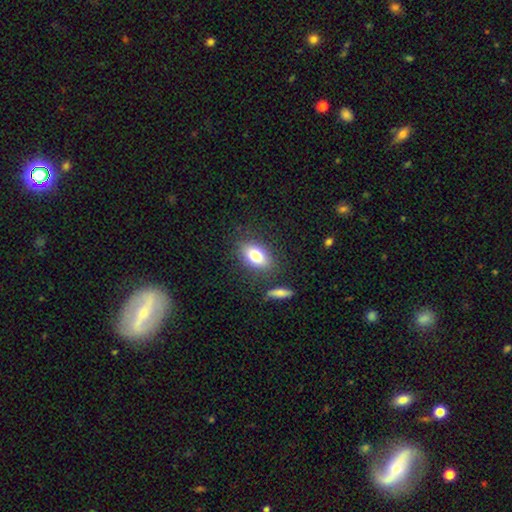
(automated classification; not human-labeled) A smooth galaxy with no disk features (79%) that is in between round and cigar-shaped (86%).

Vote fractions:
- Smooth or featured? smooth: 79% / featured or disk: 12% / star or artifact: 8%
- How rounded? in between: 86% / round: 10% / cigar-shaped: 4%
- Merging? none: 80% / minor disturbance: 11% / merger: 5% / major disturbance: 4%